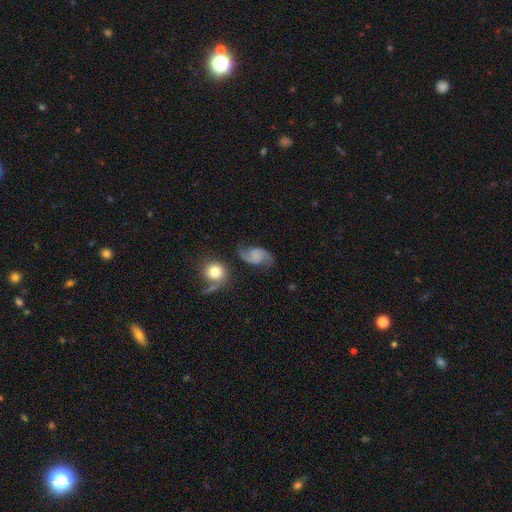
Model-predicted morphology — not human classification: A featured or disk galaxy (78%) with no bar (58%), 2 (93%) loose (57%) spiral arms (96%) and no central bulge (63%).

Vote fractions:
- Smooth or featured? featured or disk: 78% / smooth: 15% / star or artifact: 8%
- Edge-on disk? no: 97% / yes: 3%
- Bar? no: 58% / weak: 33% / strong: 9%
- Spiral arms? yes: 96% / no: 4%
- Spiral winding? loose: 57% / medium: 34% / tight: 9%
- Spiral arm count? 2: 93% / can't tell: 2% / 1: 2% / 3: 1% / 4: 1% / more than 4: 1%
- Bulge size? none: 63% / small: 20% / moderate: 10% / large: 5% / dominant: 2%
- Merging? none: 70% / minor disturbance: 18% / major disturbance: 8% / merger: 4%